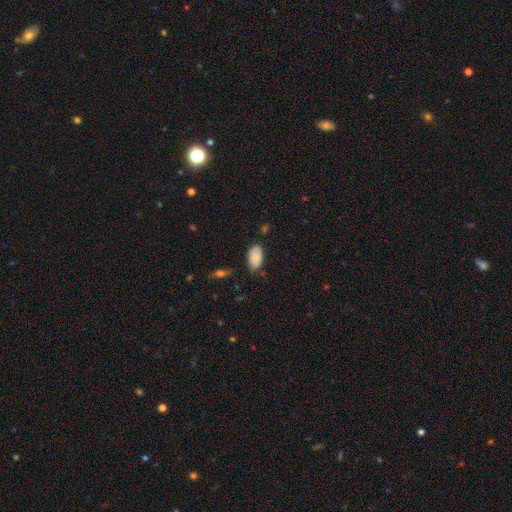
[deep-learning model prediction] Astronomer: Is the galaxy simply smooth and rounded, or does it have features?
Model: smooth — 79%.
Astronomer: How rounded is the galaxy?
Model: in between — 94%.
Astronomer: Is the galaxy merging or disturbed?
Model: none — 71%.